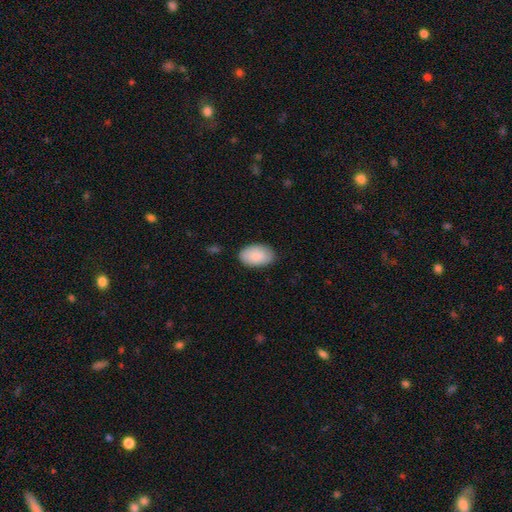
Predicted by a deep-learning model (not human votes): Smooth or featured? smooth (87%)
How rounded? in between (92%)
Merging? none (83%)